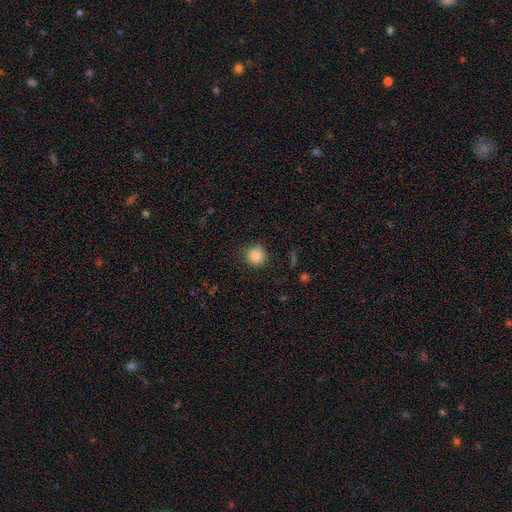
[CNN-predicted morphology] This is clearly a smooth galaxy (86%). How rounded: clearly round (92%). Merging: clearly none (84%).